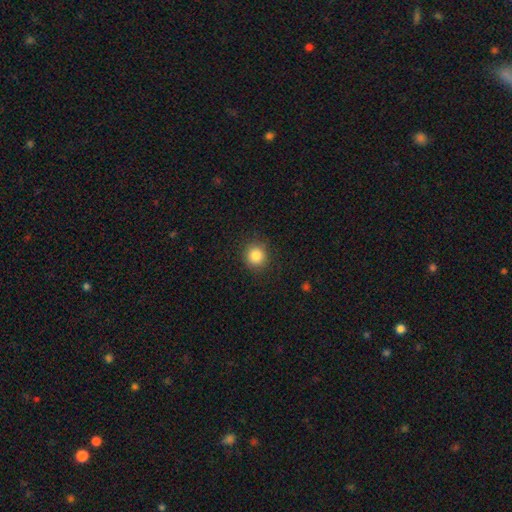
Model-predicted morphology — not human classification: Smooth or featured: smooth — 84% (star or artifact — 11%)
How rounded: round — 91% (in between — 8%)
Merging: none — 90% (minor disturbance — 7%)